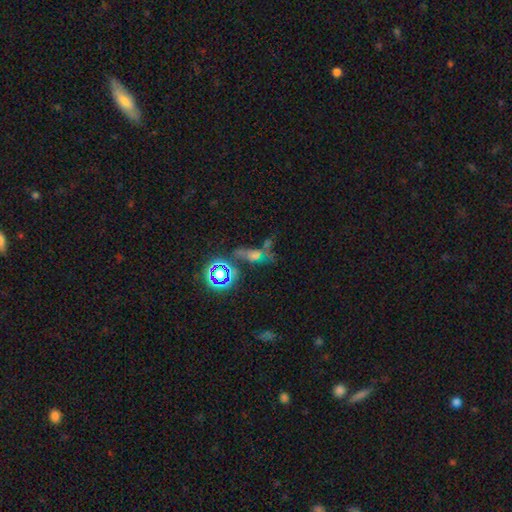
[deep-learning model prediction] Smooth or featured? Predicted: star or artifact (p=0.41).